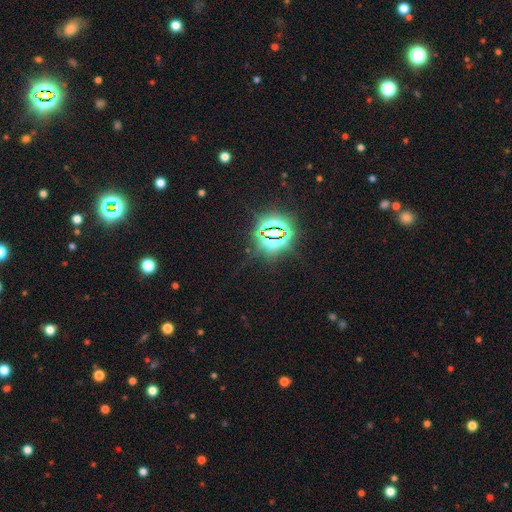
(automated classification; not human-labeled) The model was most divided on "smooth or featured": star or artifact: 81%, smooth: 12%, featured or disk: 7%.